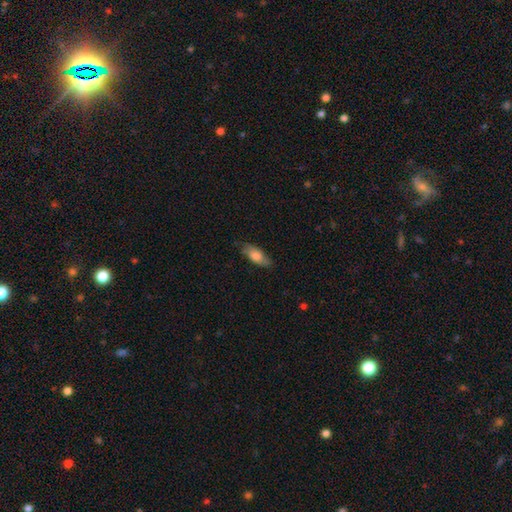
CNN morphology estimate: Smooth or featured? Predicted: smooth (p=0.74). How rounded? Predicted: in between (p=0.75). Merging? Predicted: none (p=0.79).